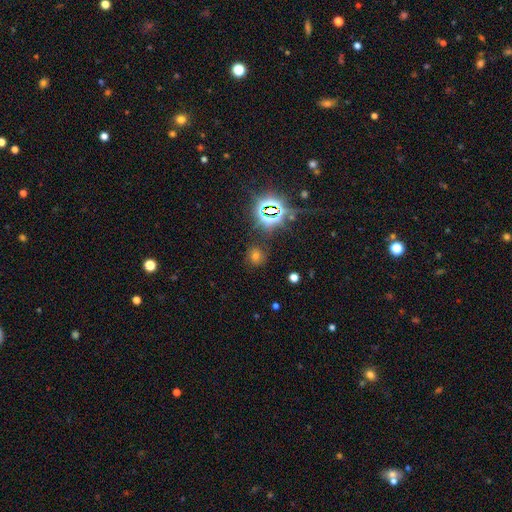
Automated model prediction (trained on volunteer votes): smooth-or-featured: smooth: 47% | star or artifact: 42% | featured or disk: 12%
  merging: none: 82% | minor disturbance: 11% | major disturbance: 4% | merger: 3%